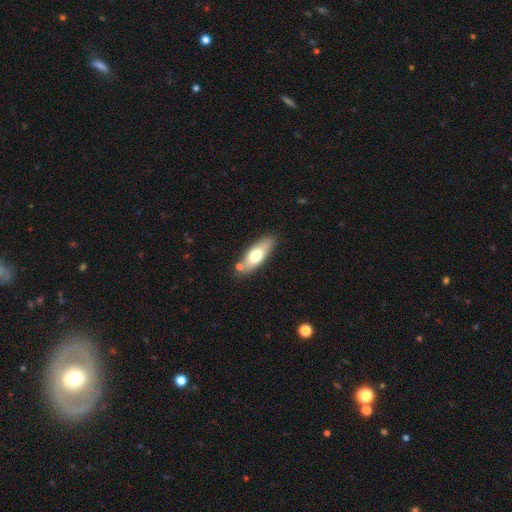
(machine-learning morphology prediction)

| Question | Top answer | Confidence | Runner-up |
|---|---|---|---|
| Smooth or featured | smooth | 65% | featured or disk (29%) |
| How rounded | in between | 66% | cigar-shaped (31%) |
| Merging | none | 76% | minor disturbance (13%) |